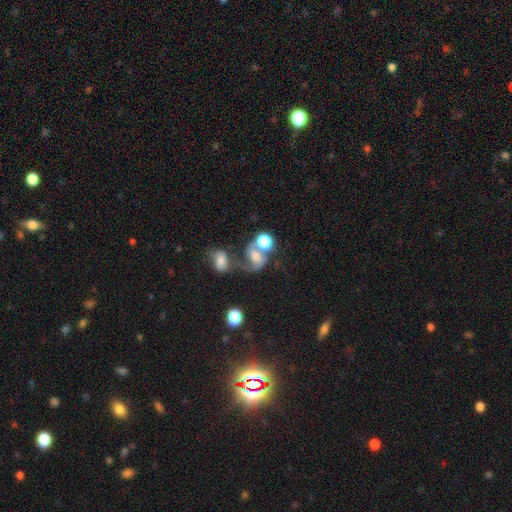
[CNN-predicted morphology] smooth-or-featured: star or artifact: 60% | smooth: 26% | featured or disk: 13%